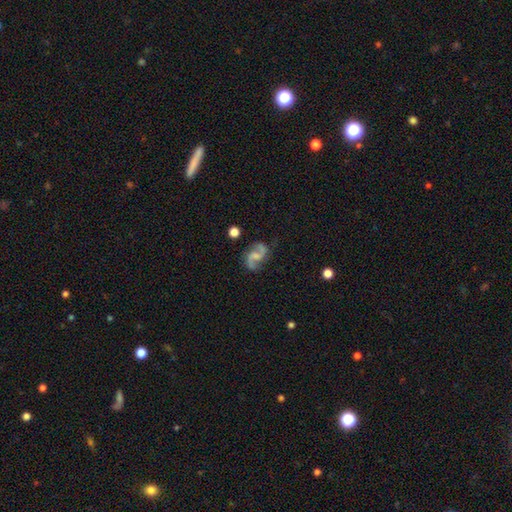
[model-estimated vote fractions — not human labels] smooth-or-featured: featured or disk: 86% | smooth: 8% | star or artifact: 6%
  disk-edge-on: no: 98% | yes: 2%
    bar: no: 44% (tied) | weak: 44% (tied) | strong: 12%
    has-spiral-arms: yes: 97% | no: 3%
      spiral-winding: loose: 54% | medium: 38% | tight: 8%
      spiral-arm-count: 2: 93% | can't tell: 2% | 1: 2% | 3: 1% | 4: 1% | more than 4: 1%
    bulge-size: none: 41% | small: 33% | moderate: 21% | large: 4% | dominant: 1%
  merging: none: 77% | minor disturbance: 14% | major disturbance: 6% | merger: 3%